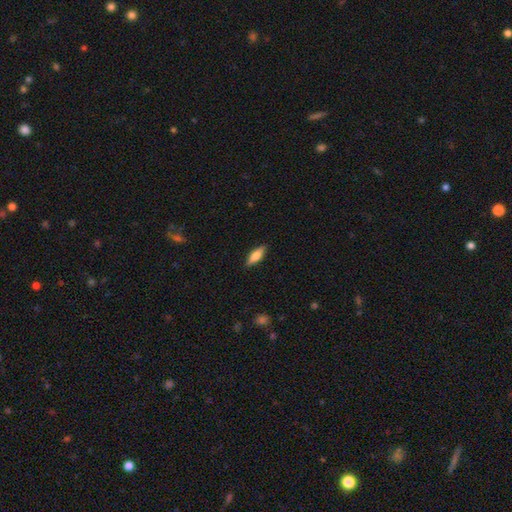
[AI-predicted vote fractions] Smooth or featured? Predicted: smooth (p=0.74). How rounded? Predicted: in between (p=0.58). Merging? Predicted: none (p=0.87).